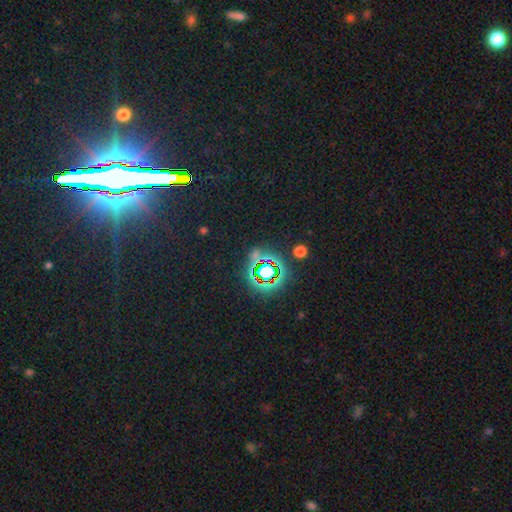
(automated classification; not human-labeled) The model was most divided on "smooth or featured": star or artifact: 73%, smooth: 17%, featured or disk: 10%.